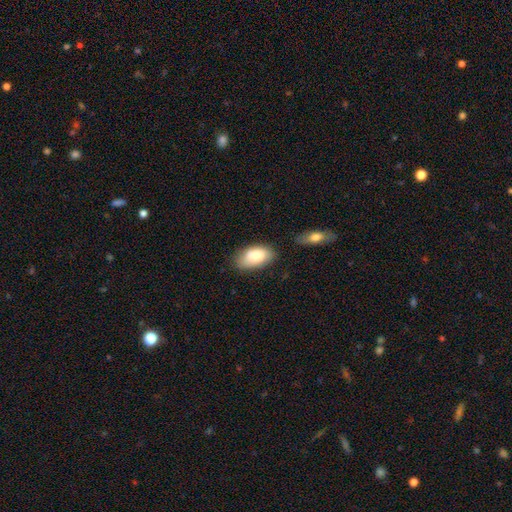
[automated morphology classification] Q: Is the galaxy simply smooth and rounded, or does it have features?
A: smooth — 81%.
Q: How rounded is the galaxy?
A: in between — 94%.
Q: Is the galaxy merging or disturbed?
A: none — 72%.